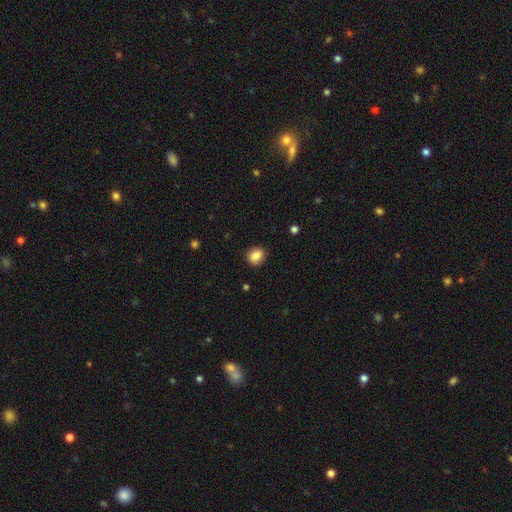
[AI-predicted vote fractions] Q: Smooth or featured?
A: smooth (85%); runner-up: star or artifact (9%)
Q: How rounded?
A: round (67%); runner-up: in between (32%)
Q: Merging?
A: none (87%); runner-up: minor disturbance (10%)